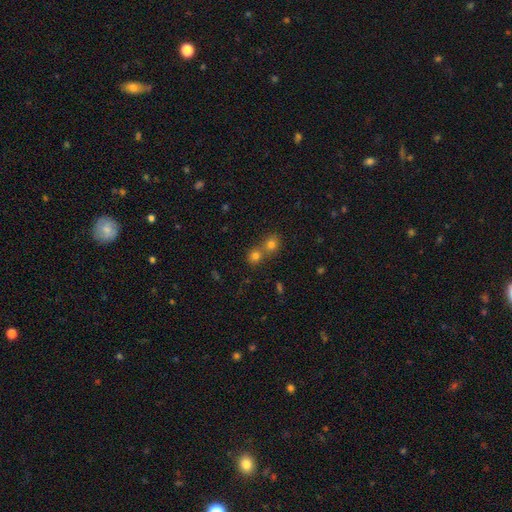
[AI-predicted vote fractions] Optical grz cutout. It shows a smooth galaxy with no disk features (75%) that is round (81%). Merging: merger (55%).